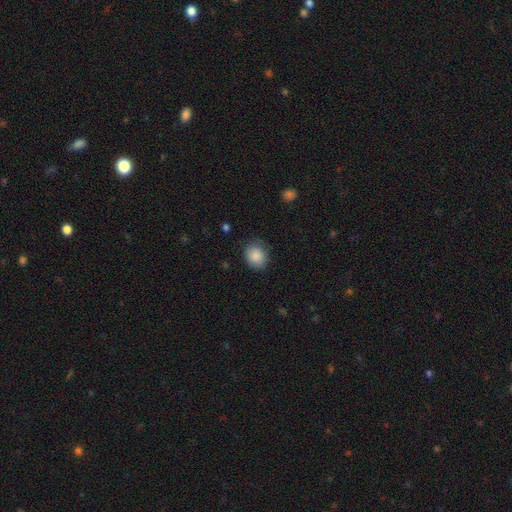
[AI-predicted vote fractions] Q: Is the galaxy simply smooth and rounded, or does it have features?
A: smooth — 87%.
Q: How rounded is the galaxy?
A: round — 65%.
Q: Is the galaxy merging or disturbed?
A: none — 77%.